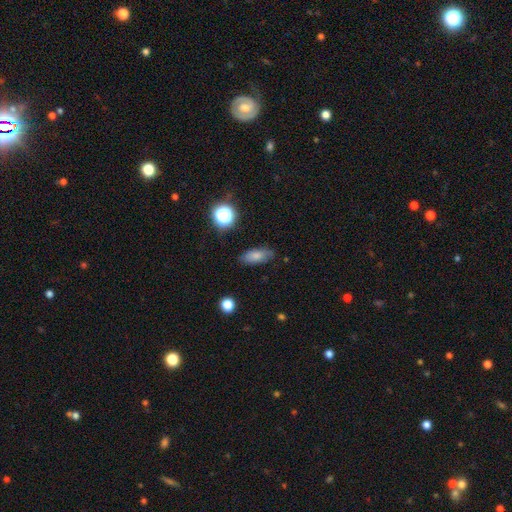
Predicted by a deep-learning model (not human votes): Morphology: type=smooth (78%); roundness=in between (77%); merging=none (83%).